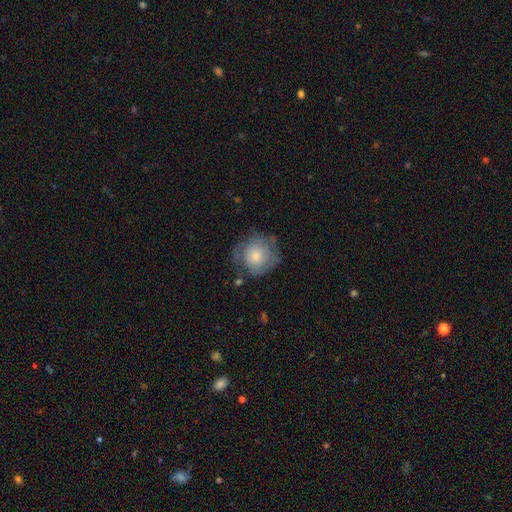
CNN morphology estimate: This appears to be a smooth galaxy with no disk features (60%) that is round (88%). Merging: none (58%).